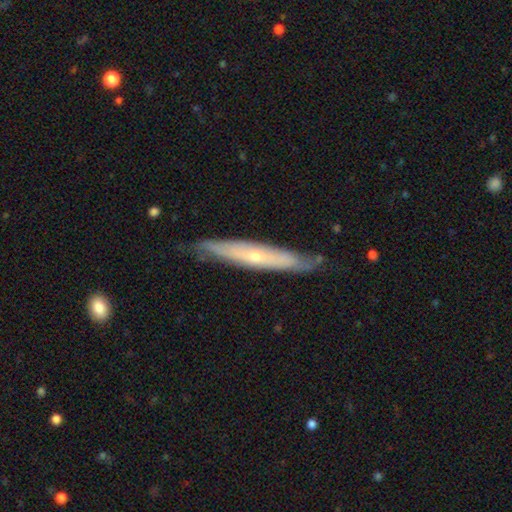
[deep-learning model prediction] This appears to be a featured or disk galaxy (63%) viewed edge-on (74%). Merging: none (79%).